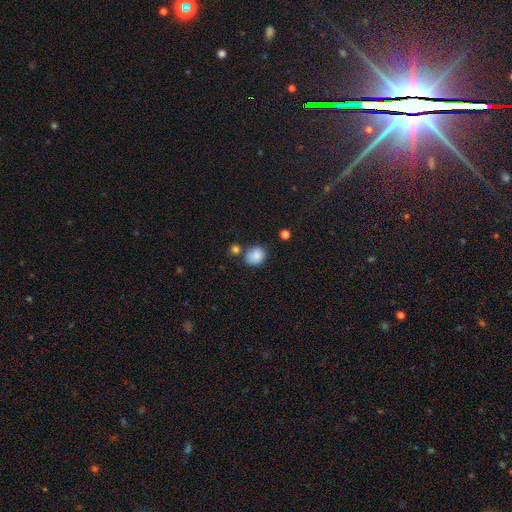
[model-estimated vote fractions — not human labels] Smooth or featured? Predicted: smooth (p=0.86). How rounded? Predicted: round (p=0.67). Merging? Predicted: none (p=0.65).